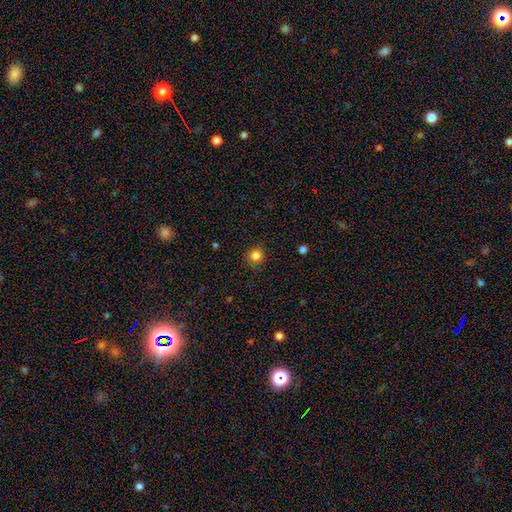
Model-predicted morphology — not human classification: smooth 84%, star or artifact 12%, featured or disk 4%. Down the decision tree: how rounded — round (90%); merging — none (89%).